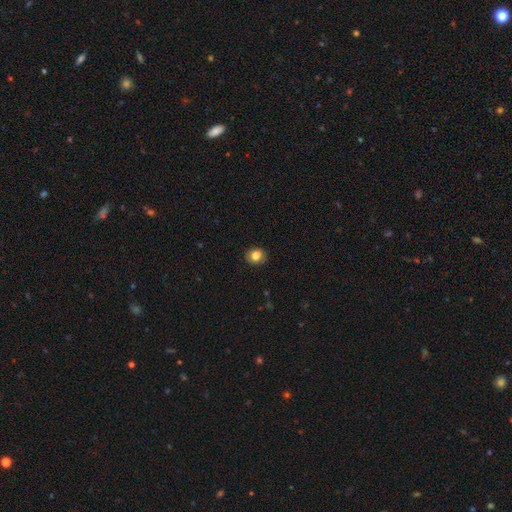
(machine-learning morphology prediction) Overall: smooth (81%). How rounded: round (70%). Merging: none (87%).